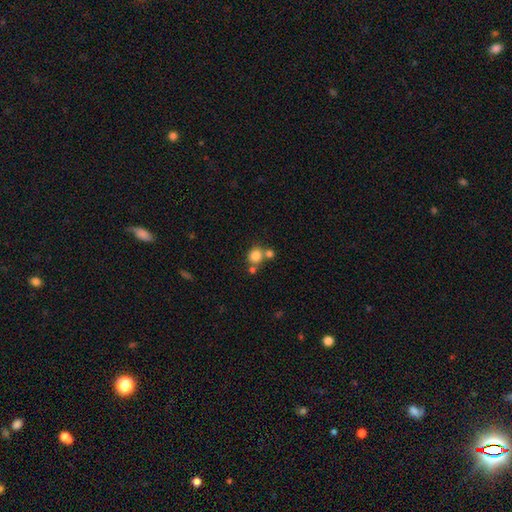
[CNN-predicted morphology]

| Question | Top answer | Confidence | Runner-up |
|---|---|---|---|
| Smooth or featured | smooth | 81% | star or artifact (12%) |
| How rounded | round | 88% | in between (11%) |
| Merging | none | 61% | merger (27%) |